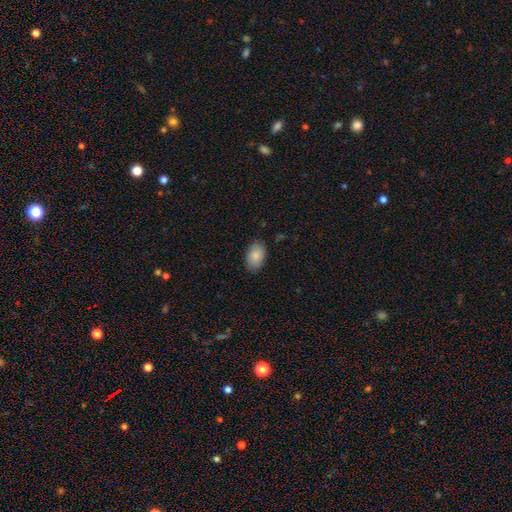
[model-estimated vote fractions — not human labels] A smooth galaxy with no disk features (85%) that is in between round and cigar-shaped (90%). Merging: none (84%).